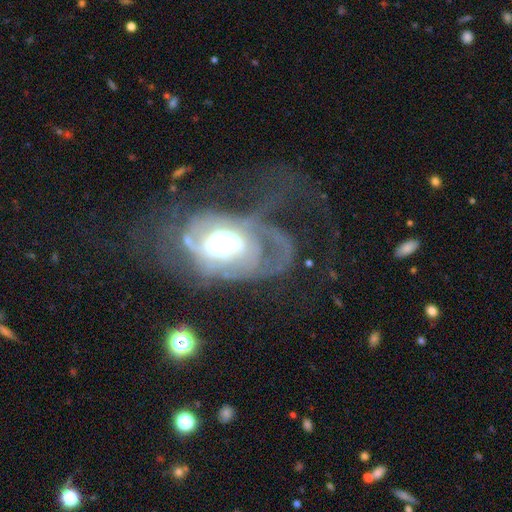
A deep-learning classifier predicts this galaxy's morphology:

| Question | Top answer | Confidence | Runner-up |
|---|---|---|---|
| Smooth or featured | featured or disk | 81% | smooth (11%) |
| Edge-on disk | no | 96% | yes (4%) |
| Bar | no | 63% | weak (26%) |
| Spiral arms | yes | 78% | no (22%) |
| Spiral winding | tight | 43% | medium (37%) |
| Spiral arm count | can't tell | 36% | 2 (28%) |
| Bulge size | large | 46% | moderate (39%) |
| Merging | major disturbance | 48% | none (30%) |